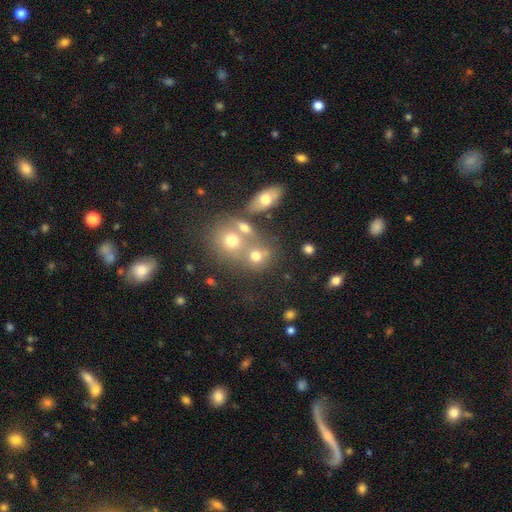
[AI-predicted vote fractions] This appears to be a smooth galaxy with no disk features (68%) that is round (67%). Merging: none (43%).